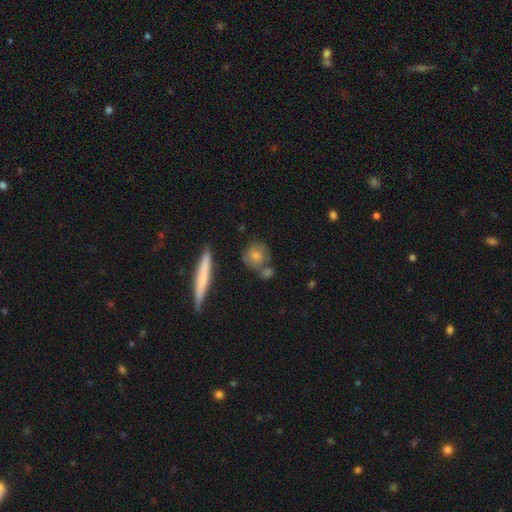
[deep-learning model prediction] Smooth or featured? Predicted: smooth (p=0.48). Merging? Predicted: none (p=0.66).